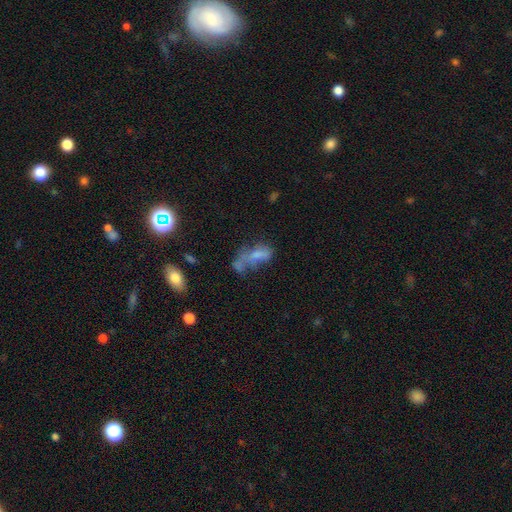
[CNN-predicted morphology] This appears to be a smooth galaxy with no disk features (50%) that is in between round and cigar-shaped (78%). Merging: major disturbance (33%).